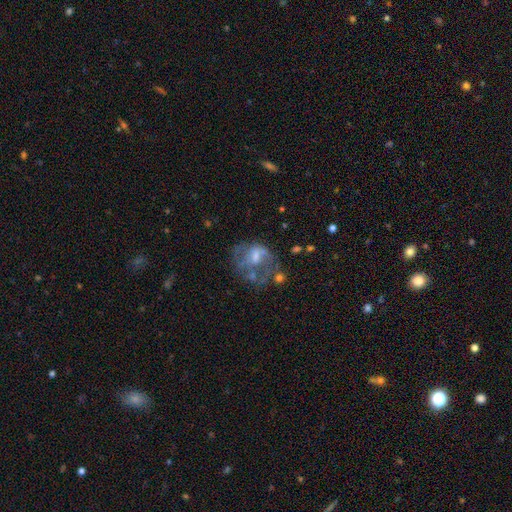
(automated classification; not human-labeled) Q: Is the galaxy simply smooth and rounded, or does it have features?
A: featured or disk — 61%.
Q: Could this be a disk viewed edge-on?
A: no — 97%.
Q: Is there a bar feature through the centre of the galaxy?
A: no — 65%.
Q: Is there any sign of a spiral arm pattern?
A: no — 66%.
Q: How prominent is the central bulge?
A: moderate — 41%.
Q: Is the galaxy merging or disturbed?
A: none — 36%.